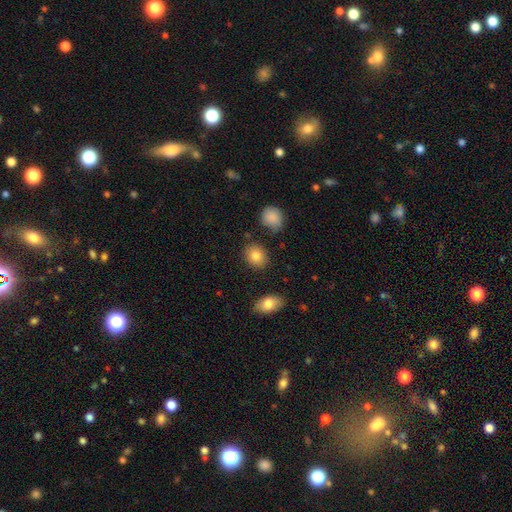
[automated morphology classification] Q: Smooth or featured?
A: smooth (84%); runner-up: star or artifact (9%)
Q: How rounded?
A: round (53%); runner-up: in between (46%)
Q: Merging?
A: none (84%); runner-up: minor disturbance (11%)